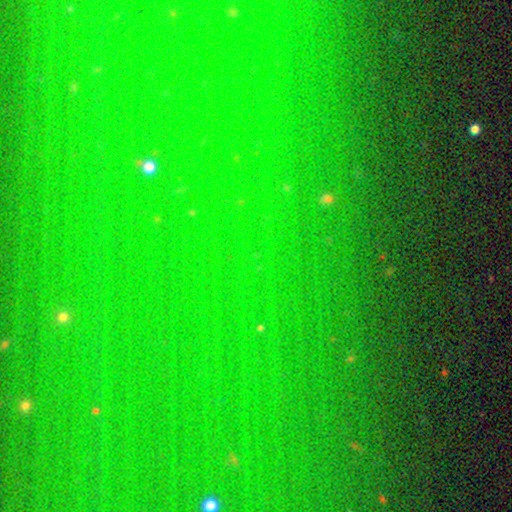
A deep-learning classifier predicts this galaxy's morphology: Smooth or featured: star or artifact — 79% (smooth — 13%)